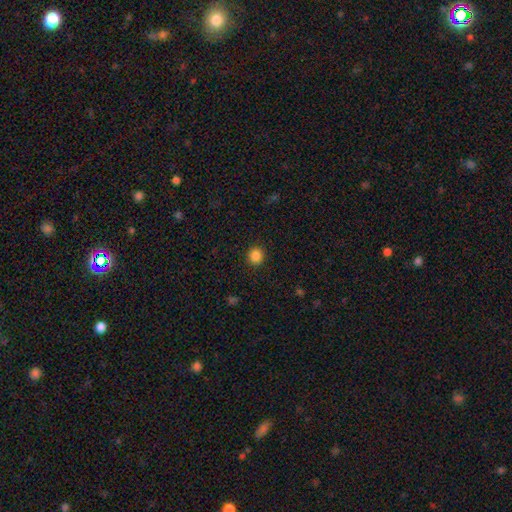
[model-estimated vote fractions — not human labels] A smooth galaxy with no disk features (85%) that is round (88%). Merging: none (91%).